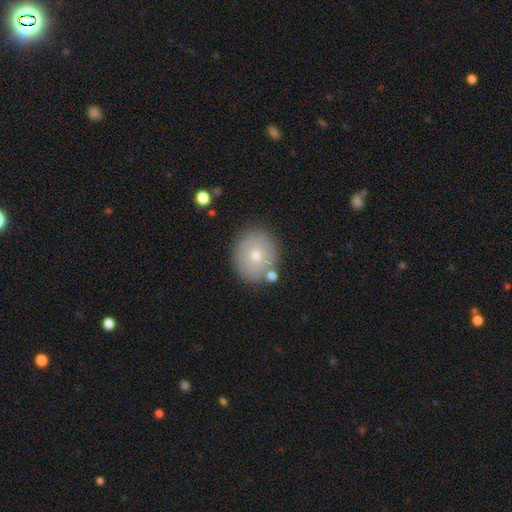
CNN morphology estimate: This appears to be a smooth galaxy with no disk features (68%) that is round (77%). Merging: none (82%).